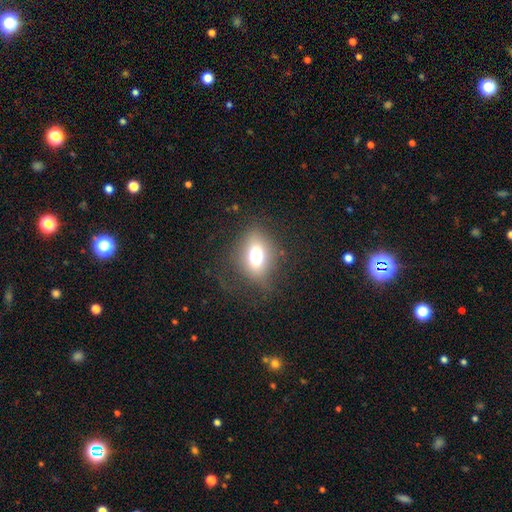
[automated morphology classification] smooth_or_featured: smooth (p=0.65) [alt: featured or disk p=0.20]
how_rounded: in between (p=0.62) [alt: round p=0.36]
merging: none (p=0.65) [alt: minor disturbance p=0.19]